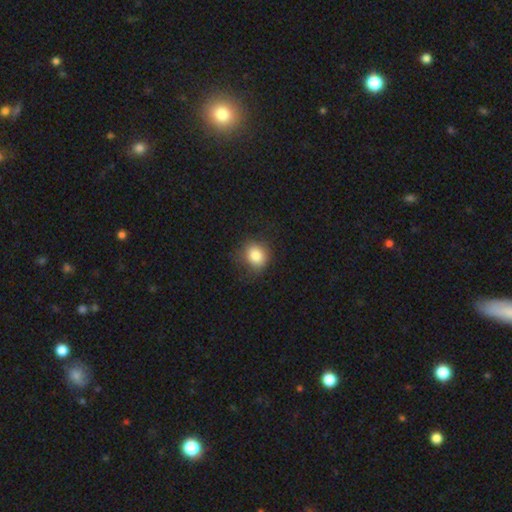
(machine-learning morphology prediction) Smooth or featured?
  - smooth: 83% *
  - star or artifact: 10%
  - featured or disk: 7%
How rounded?
  - round: 67% *
  - in between: 32%
  - cigar-shaped: 1%
Merging?
  - none: 74% *
  - minor disturbance: 18%
  - major disturbance: 6%
  - merger: 1%